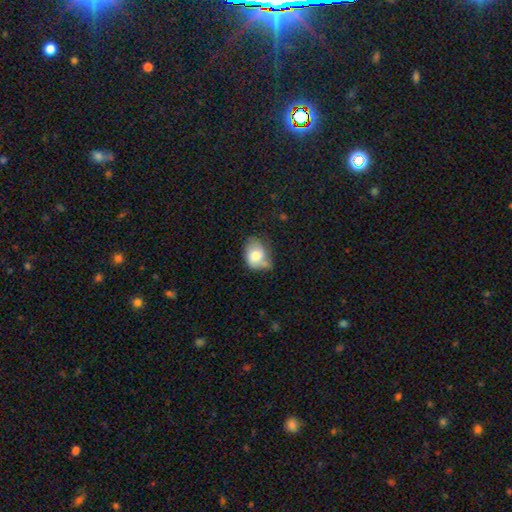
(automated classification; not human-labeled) This appears to be a smooth galaxy with no disk features (68%) that is in between round and cigar-shaped (65%). Merging: none (44%).